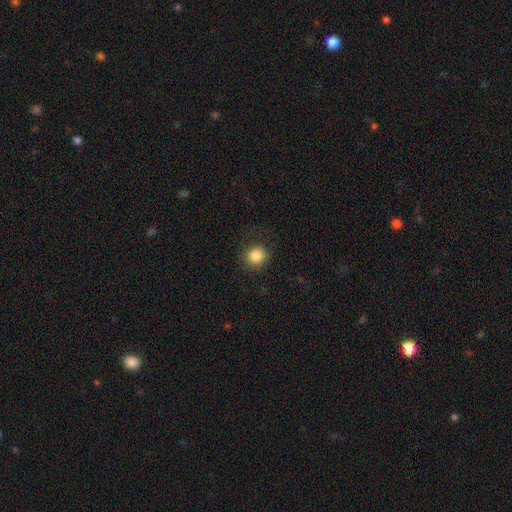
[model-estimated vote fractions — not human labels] A smooth galaxy with no disk features (84%) that is round (89%).

Vote fractions:
- Smooth or featured? smooth: 84% / star or artifact: 10% / featured or disk: 6%
- How rounded? round: 89% / in between: 10% / cigar-shaped: 1%
- Merging? none: 84% / minor disturbance: 10% / major disturbance: 4% / merger: 1%